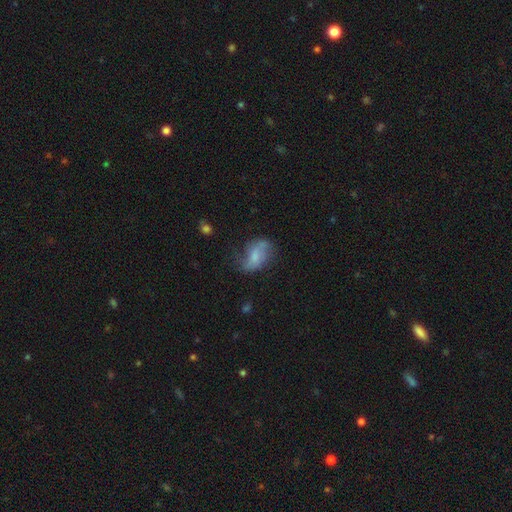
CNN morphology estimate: The model was most divided on "smooth or featured": featured or disk: 49%, smooth: 42%, star or artifact: 9%. More confident: merging — none (53%).